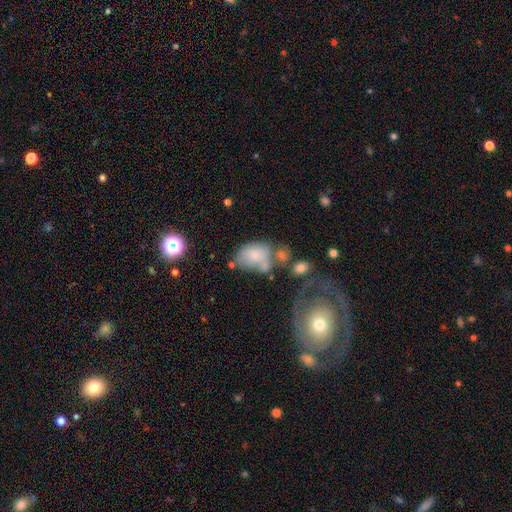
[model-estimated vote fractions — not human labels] Smooth or featured: smooth — 69% (featured or disk — 21%)
How rounded: in between — 80% (round — 19%)
Merging: none — 31% (merger — 29%)